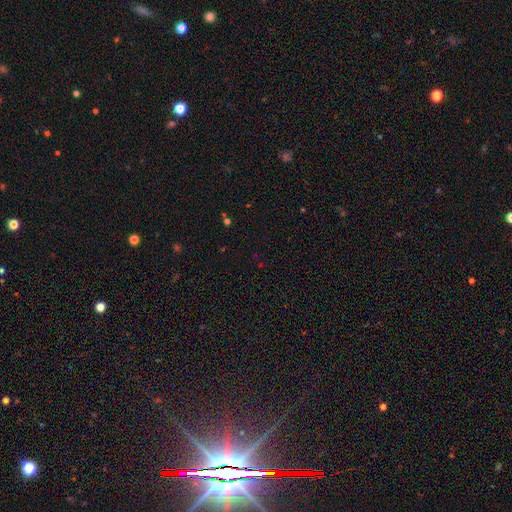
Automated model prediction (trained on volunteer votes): smooth-or-featured: star or artifact: 65% | smooth: 27% | featured or disk: 8%